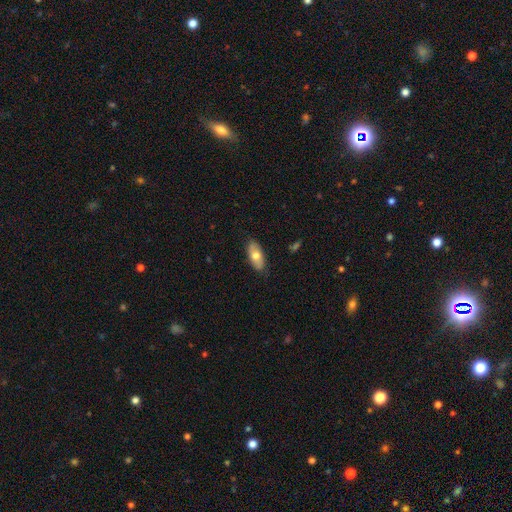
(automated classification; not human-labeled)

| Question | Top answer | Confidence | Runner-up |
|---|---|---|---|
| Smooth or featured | smooth | 68% | featured or disk (26%) |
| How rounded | in between | 88% | cigar-shaped (9%) |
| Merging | none | 85% | minor disturbance (12%) |